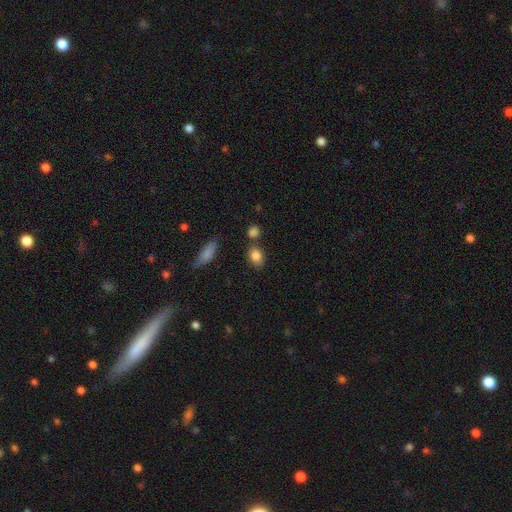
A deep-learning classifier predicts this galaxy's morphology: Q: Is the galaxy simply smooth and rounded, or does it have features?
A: smooth — 84%.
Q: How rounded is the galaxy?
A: in between — 77%.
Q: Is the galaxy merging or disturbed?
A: none — 70%.